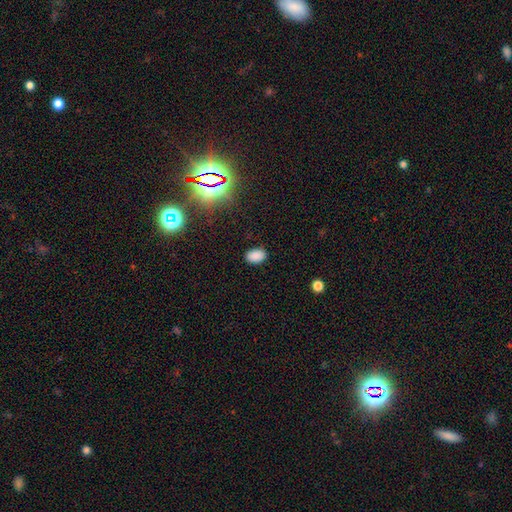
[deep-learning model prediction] A smooth galaxy with no disk features (84%) that is in between round and cigar-shaped (88%).

Vote fractions:
- Smooth or featured? smooth: 84% / star or artifact: 12% / featured or disk: 3%
- How rounded? in between: 88% / round: 11% / cigar-shaped: 1%
- Merging? none: 87% / minor disturbance: 10% / major disturbance: 3% / merger: 1%